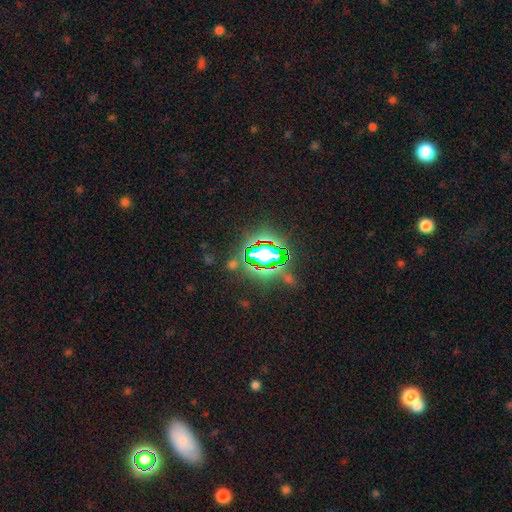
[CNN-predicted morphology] smooth_or_featured: star or artifact (p=0.82) [alt: smooth p=0.11]